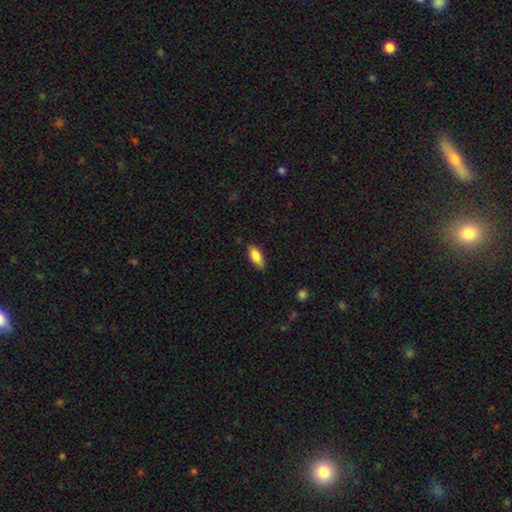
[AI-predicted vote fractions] A smooth galaxy with no disk features (86%) that is in between round and cigar-shaped (83%). Merging: none (78%).